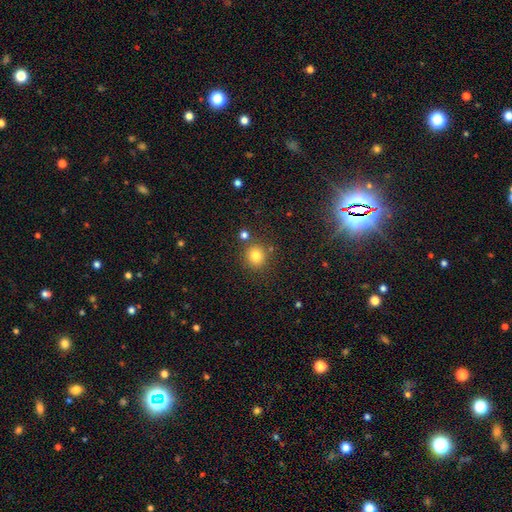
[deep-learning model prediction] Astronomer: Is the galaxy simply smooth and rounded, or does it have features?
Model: smooth — 81%.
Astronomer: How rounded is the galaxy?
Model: round — 89%.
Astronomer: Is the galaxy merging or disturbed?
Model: none — 80%.